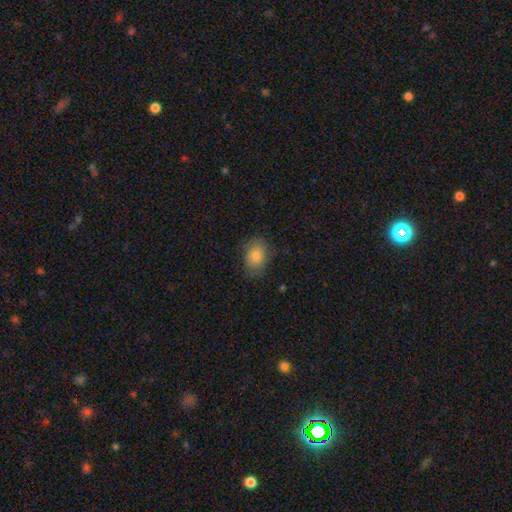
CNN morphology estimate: Smooth or featured?
  - smooth: 80% *
  - featured or disk: 11%
  - star or artifact: 9%
How rounded?
  - in between: 73% *
  - round: 26%
  - cigar-shaped: 1%
Merging?
  - none: 76% *
  - minor disturbance: 18%
  - major disturbance: 5%
  - merger: 1%